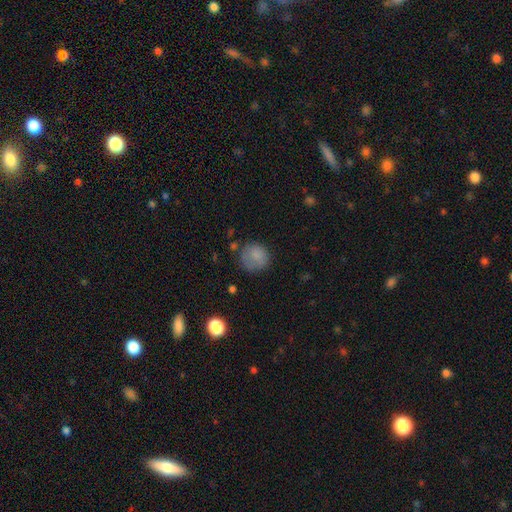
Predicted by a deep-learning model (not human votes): A smooth galaxy with no disk features (80%) that is round (85%).

Vote fractions:
- Smooth or featured? smooth: 80% / star or artifact: 10% / featured or disk: 10%
- How rounded? round: 85% / in between: 14% / cigar-shaped: 1%
- Merging? none: 65% / minor disturbance: 22% / major disturbance: 10% / merger: 3%